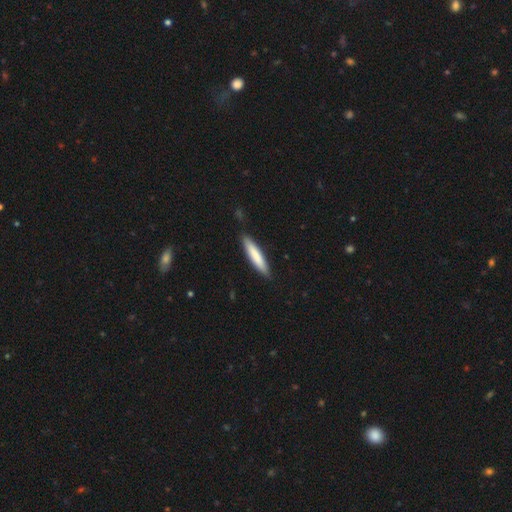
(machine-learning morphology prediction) Q: Smooth or featured?
A: smooth (79%); runner-up: featured or disk (16%)
Q: How rounded?
A: cigar-shaped (85%); runner-up: in between (14%)
Q: Merging?
A: none (87%); runner-up: minor disturbance (10%)